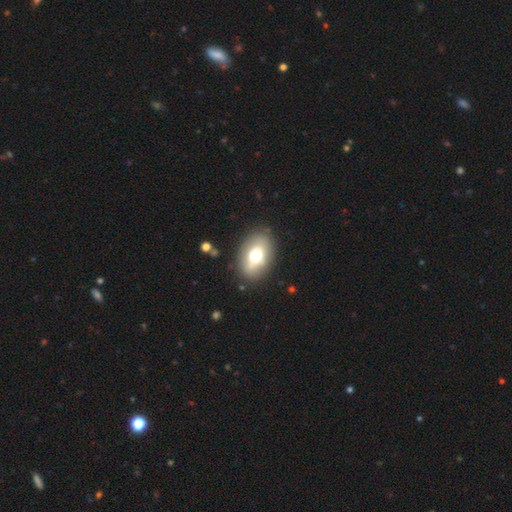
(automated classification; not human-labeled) A smooth galaxy with no disk features (65%) that is in between round and cigar-shaped (84%).

Vote fractions:
- Smooth or featured? smooth: 65% / featured or disk: 26% / star or artifact: 9%
- How rounded? in between: 84% / round: 15% / cigar-shaped: 2%
- Merging? none: 84% / minor disturbance: 11% / major disturbance: 4% / merger: 2%